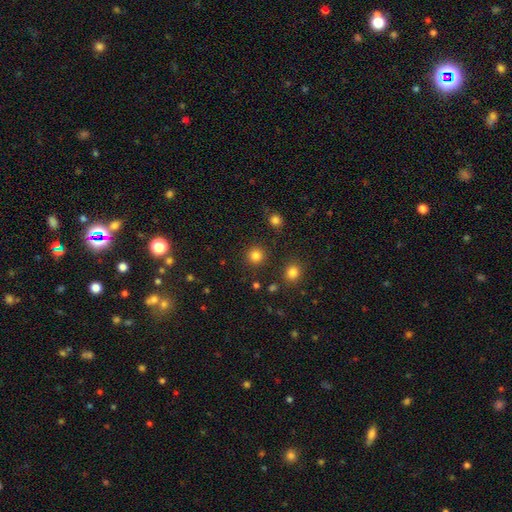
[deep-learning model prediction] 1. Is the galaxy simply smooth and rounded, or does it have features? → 82% smooth, 14% star or artifact, 4% featured or disk.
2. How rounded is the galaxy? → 93% round, 6% in between, 1% cigar-shaped.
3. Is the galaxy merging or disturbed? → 89% none, 5% minor disturbance, 3% merger, 2% major disturbance.